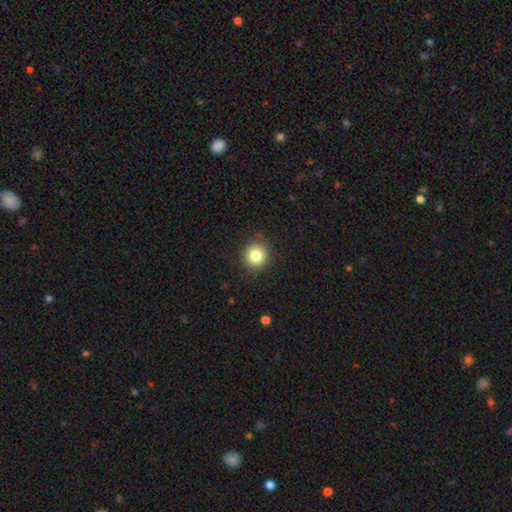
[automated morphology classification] Smooth or featured? smooth (83%)
How rounded? round (91%)
Merging? none (89%)